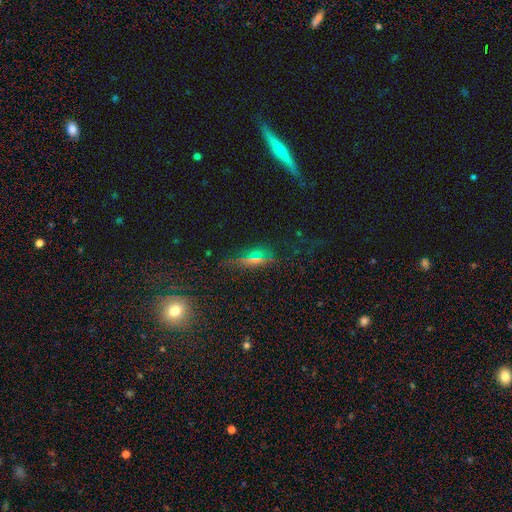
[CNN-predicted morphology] star or artifact 45%, smooth 35%, featured or disk 20%.